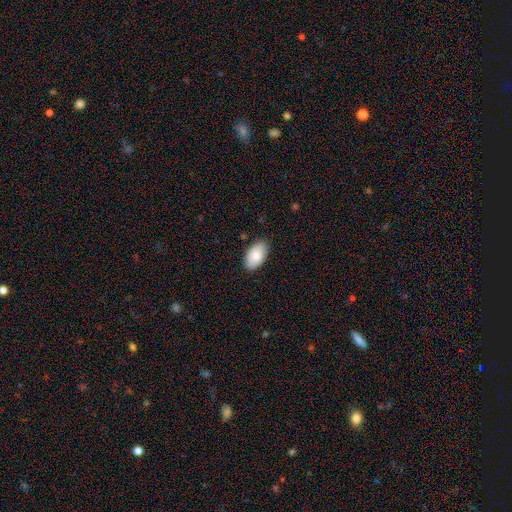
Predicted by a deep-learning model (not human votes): A smooth galaxy with no disk features (84%) that is in between round and cigar-shaped (95%). Merging: none (85%).